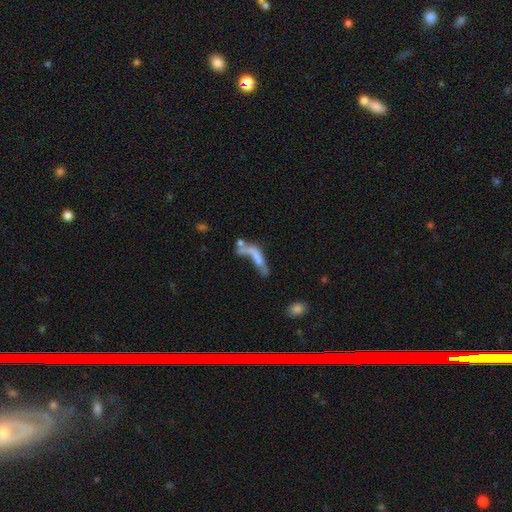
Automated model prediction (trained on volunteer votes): A smooth galaxy with no disk features (47%).

Vote fractions:
- Smooth or featured? smooth: 47% / featured or disk: 40% / star or artifact: 13%
- Merging? merger: 38% / major disturbance: 32% / none: 18% / minor disturbance: 11%